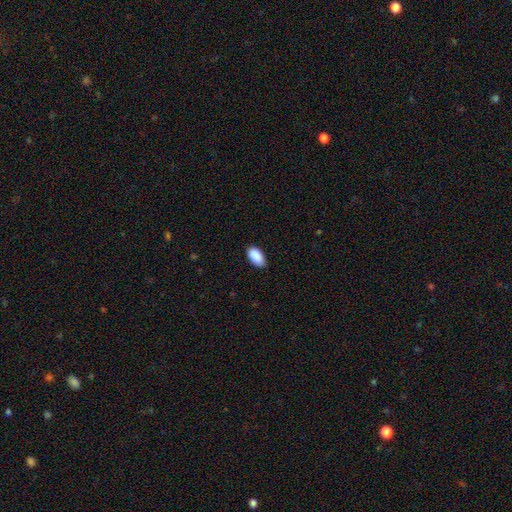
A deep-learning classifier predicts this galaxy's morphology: Smooth or featured: smooth — 91% (star or artifact — 6%)
How rounded: in between — 95% (round — 3%)
Merging: none — 83% (minor disturbance — 14%)